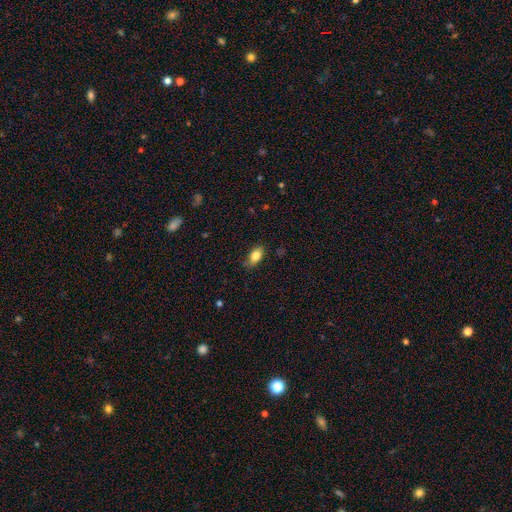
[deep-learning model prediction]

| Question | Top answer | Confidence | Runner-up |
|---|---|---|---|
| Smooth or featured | smooth | 82% | featured or disk (10%) |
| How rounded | in between | 88% | round (6%) |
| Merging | none | 79% | minor disturbance (17%) |